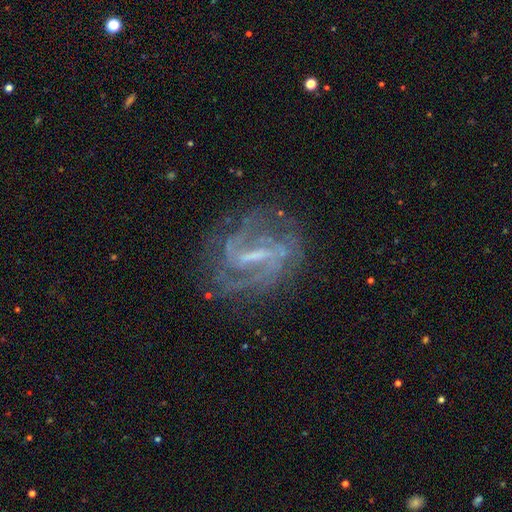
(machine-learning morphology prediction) This appears to be a featured or disk galaxy (87%) with a strong bar (58%), 2 (57%) medium (45%) spiral arms (93%) and a small central bulge (42%). Merging: none (72%).